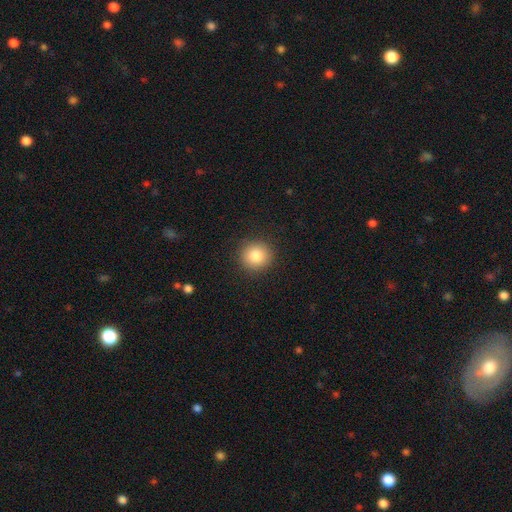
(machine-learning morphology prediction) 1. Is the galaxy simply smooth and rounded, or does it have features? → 84% smooth, 9% star or artifact, 7% featured or disk.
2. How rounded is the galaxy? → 91% round, 8% in between, 1% cigar-shaped.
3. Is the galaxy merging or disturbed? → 91% none, 6% minor disturbance, 2% major disturbance, 1% merger.